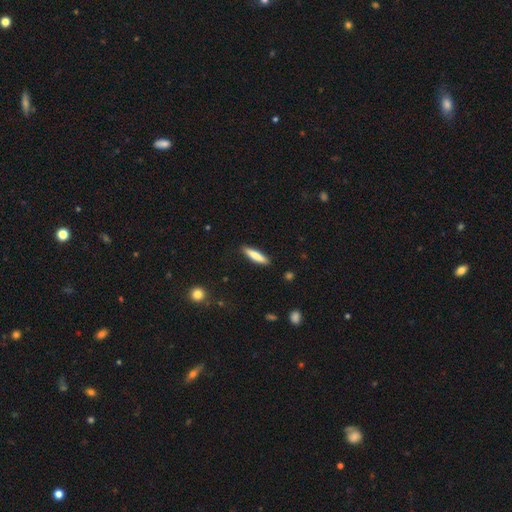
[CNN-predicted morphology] This is likely a smooth galaxy (77%). How rounded: clearly cigar-shaped (82%). Merging: clearly none (88%).